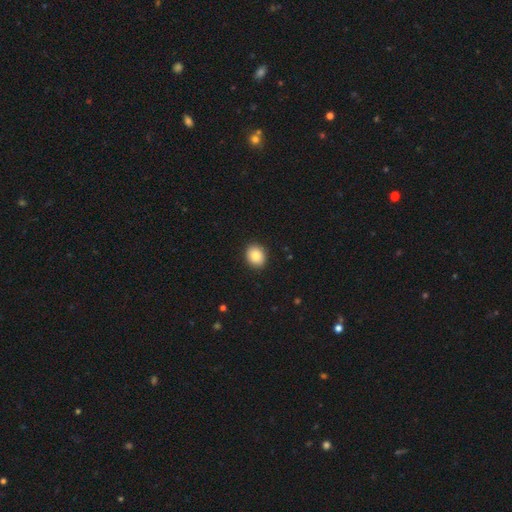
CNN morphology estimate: type=smooth (85%); roundness=round (60%); merging=none (91%).